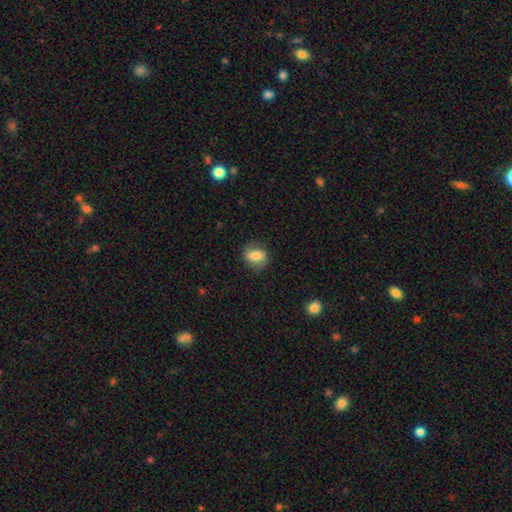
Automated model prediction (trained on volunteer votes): Morphology: type=smooth (73%); roundness=round (52%); merging=none (80%).